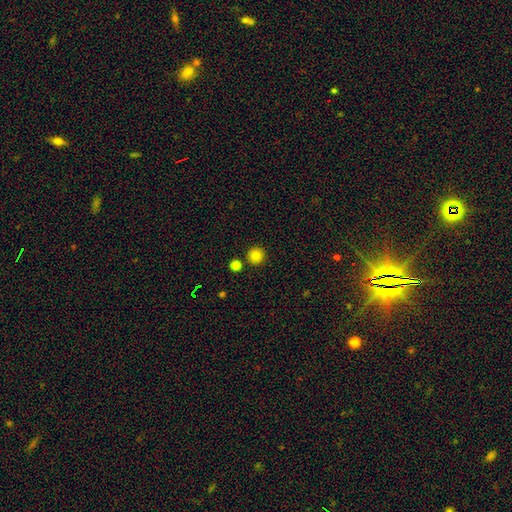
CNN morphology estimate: Q: Smooth or featured?
A: smooth (82%); runner-up: star or artifact (12%)
Q: How rounded?
A: round (95%); runner-up: in between (4%)
Q: Merging?
A: none (88%); runner-up: minor disturbance (5%)